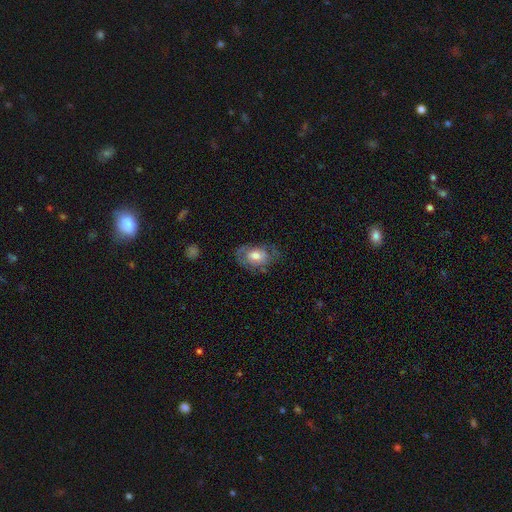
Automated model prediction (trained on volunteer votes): Smooth or featured: smooth — 51% (featured or disk — 42%)
How rounded: in between — 82% (round — 16%)
Merging: none — 58% (minor disturbance — 26%)